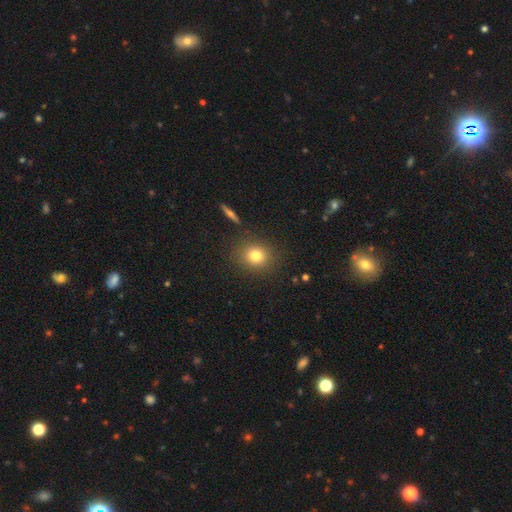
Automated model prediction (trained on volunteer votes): Morphology: type=smooth (79%); roundness=round (77%); merging=none (87%).